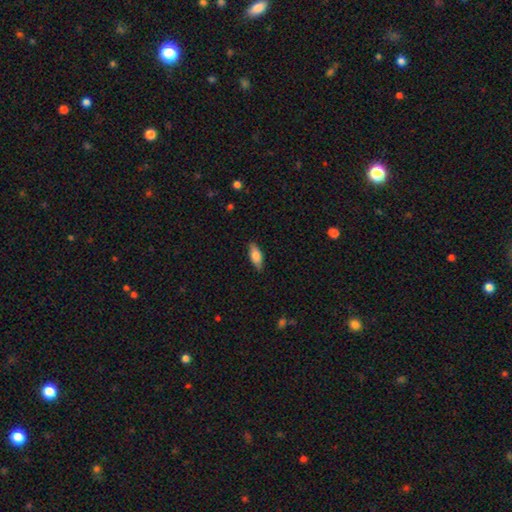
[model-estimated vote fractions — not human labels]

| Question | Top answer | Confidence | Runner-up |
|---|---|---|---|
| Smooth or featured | smooth | 78% | featured or disk (16%) |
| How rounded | in between | 75% | cigar-shaped (23%) |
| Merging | none | 84% | minor disturbance (12%) |